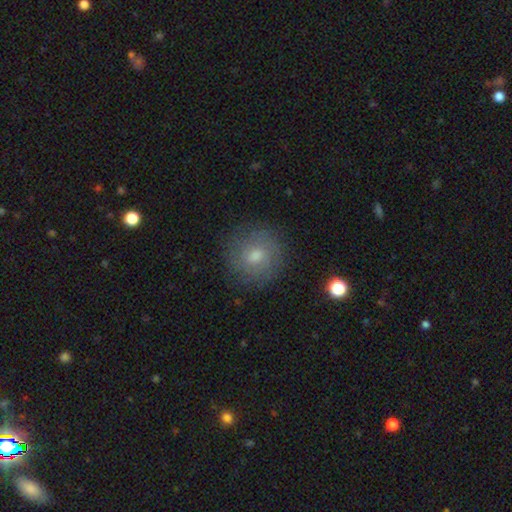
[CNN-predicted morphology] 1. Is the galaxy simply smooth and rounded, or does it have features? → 62% smooth, 28% featured or disk, 10% star or artifact.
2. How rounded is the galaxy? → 89% round, 10% in between, 1% cigar-shaped.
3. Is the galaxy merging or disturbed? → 82% none, 12% minor disturbance, 5% major disturbance, 1% merger.